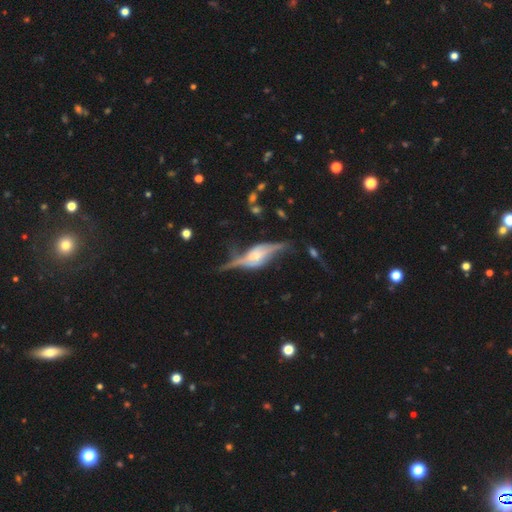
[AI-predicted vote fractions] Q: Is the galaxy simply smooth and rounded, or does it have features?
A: featured or disk — 86%.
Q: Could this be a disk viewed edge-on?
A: yes — 72%.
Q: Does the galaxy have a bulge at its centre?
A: rounded — 68%.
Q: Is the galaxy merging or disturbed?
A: none — 51%.